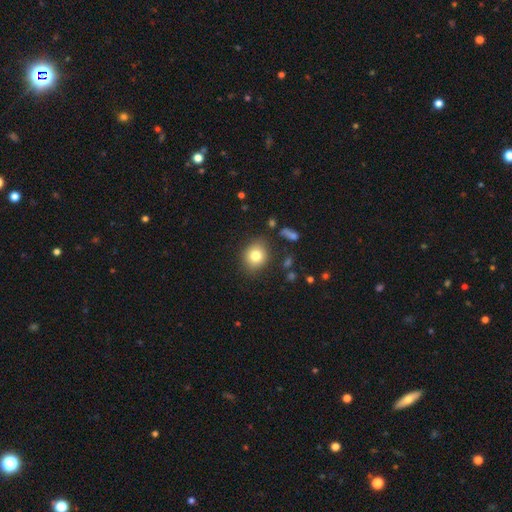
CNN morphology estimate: Smooth or featured? Predicted: smooth (p=0.79). How rounded? Predicted: round (p=0.68). Merging? Predicted: none (p=0.81).